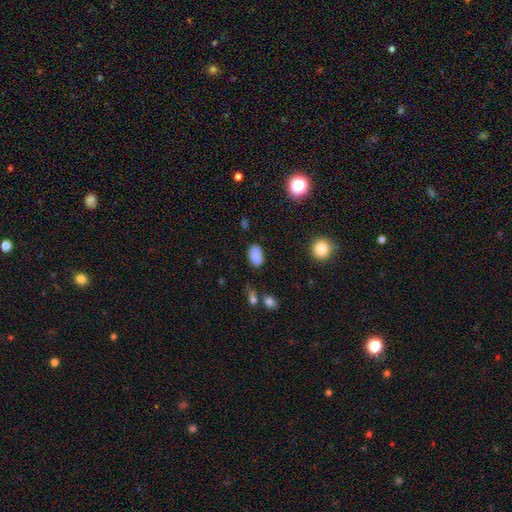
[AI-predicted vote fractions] Smooth or featured? Predicted: smooth (p=0.82). How rounded? Predicted: in between (p=0.88). Merging? Predicted: none (p=0.73).